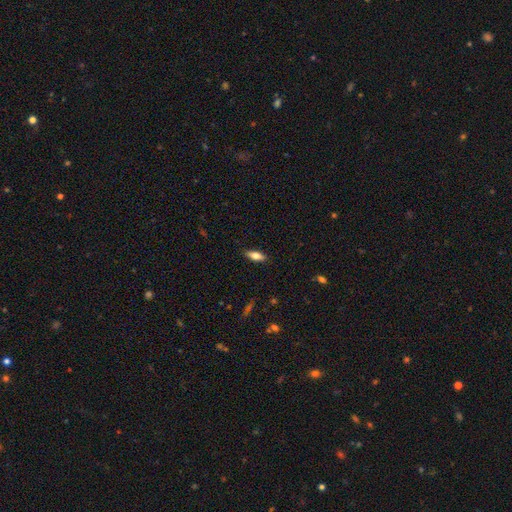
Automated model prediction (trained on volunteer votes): Smooth or featured: smooth — 71% (featured or disk — 22%)
How rounded: in between — 68% (cigar-shaped — 30%)
Merging: none — 88% (minor disturbance — 9%)